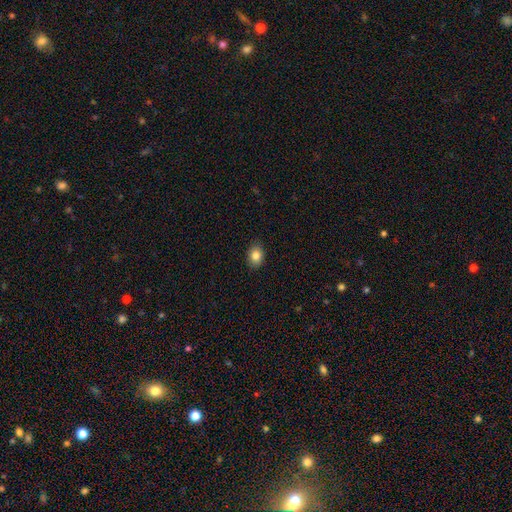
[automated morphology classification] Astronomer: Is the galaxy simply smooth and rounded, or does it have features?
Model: smooth — 84%.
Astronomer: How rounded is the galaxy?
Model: in between — 64%.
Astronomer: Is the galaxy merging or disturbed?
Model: none — 87%.